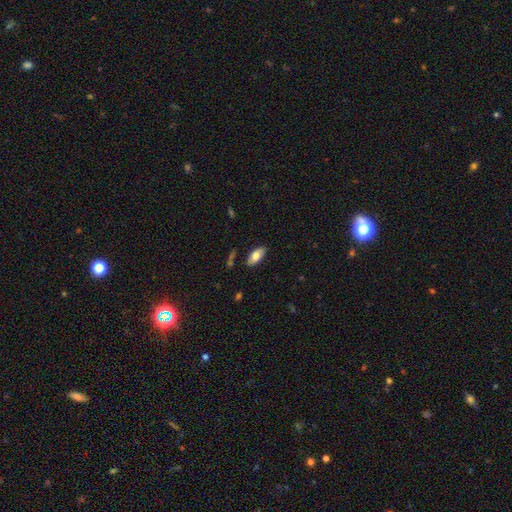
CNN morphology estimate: This appears to be a smooth galaxy with no disk features (77%) that is in between round and cigar-shaped (89%). Merging: none (84%).